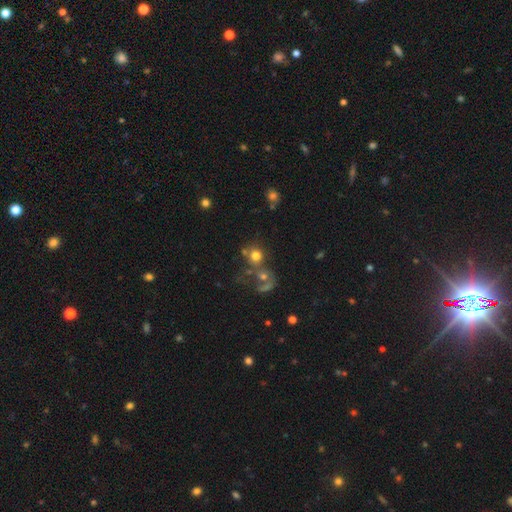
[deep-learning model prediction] Smooth or featured? smooth (68%)
How rounded? round (83%)
Merging? none (42%)